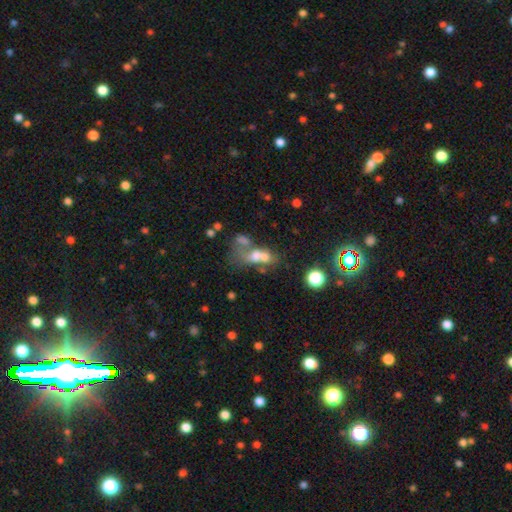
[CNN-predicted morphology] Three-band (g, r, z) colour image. It shows a smooth galaxy with no disk features (50%). Merging: merger (62%).